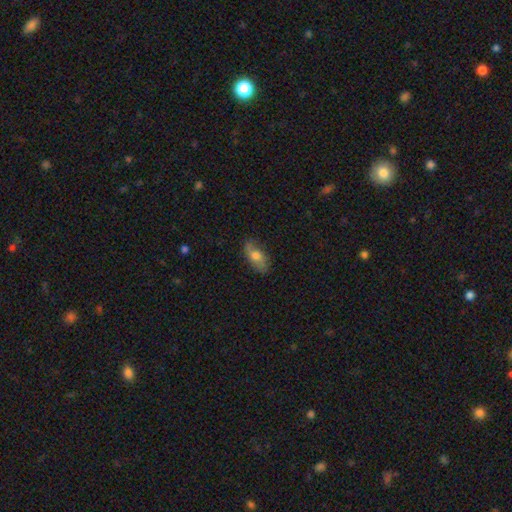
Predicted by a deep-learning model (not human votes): smooth-or-featured: smooth: 64% | featured or disk: 29% | star or artifact: 7%
  how-rounded: in between: 86% | cigar-shaped: 9% | round: 5%
  merging: none: 73% | minor disturbance: 21% | major disturbance: 5% | merger: 1%